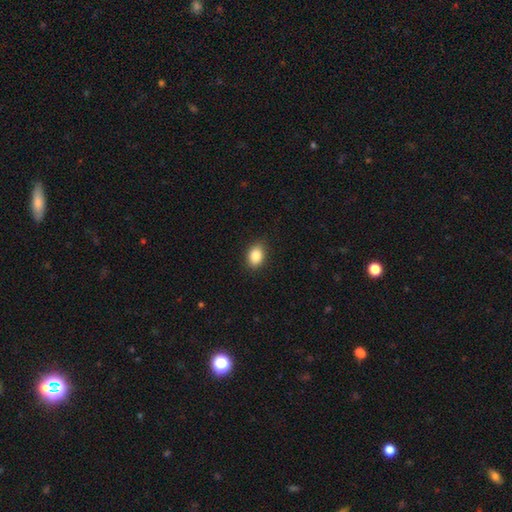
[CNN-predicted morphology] smooth 87%, star or artifact 8%, featured or disk 5%. Down the decision tree: how rounded — in between (76%); merging — none (87%).